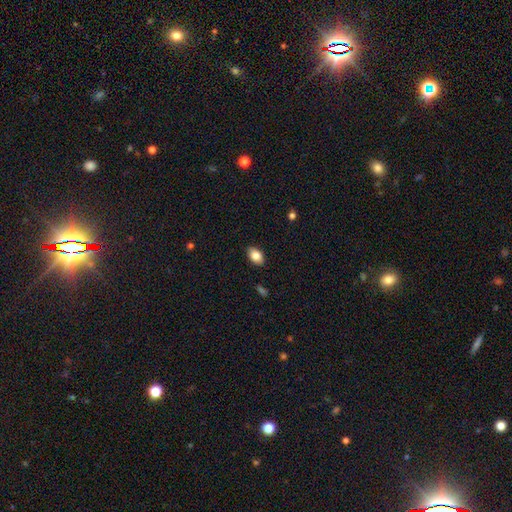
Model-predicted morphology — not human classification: This is clearly a smooth galaxy (83%). How rounded: clearly in between (88%). Merging: clearly none (87%).